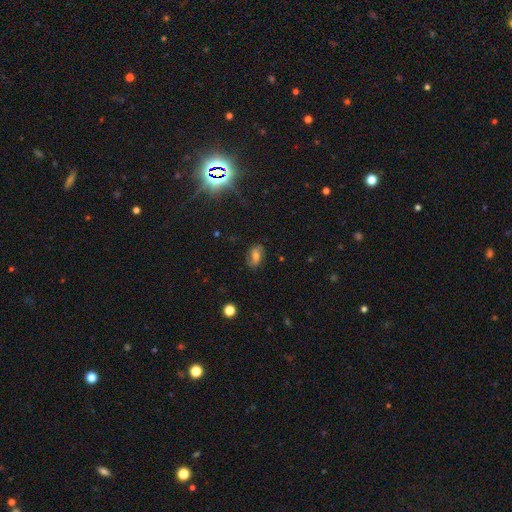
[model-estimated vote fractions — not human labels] A smooth galaxy with no disk features (45%). Merging: none (76%).